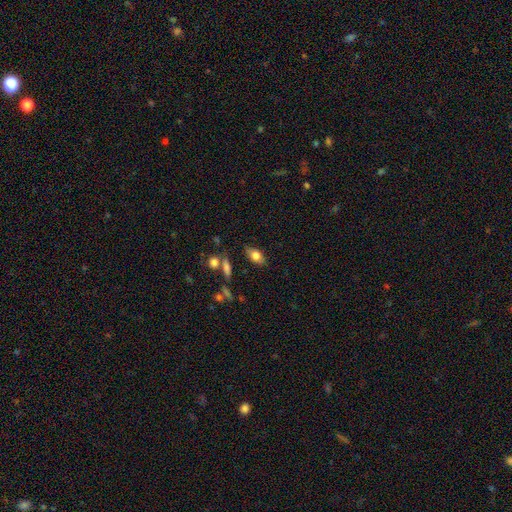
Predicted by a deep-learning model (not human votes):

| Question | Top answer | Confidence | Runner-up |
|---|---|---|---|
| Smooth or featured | smooth | 75% | featured or disk (16%) |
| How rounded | in between | 86% | round (8%) |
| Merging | none | 80% | minor disturbance (13%) |